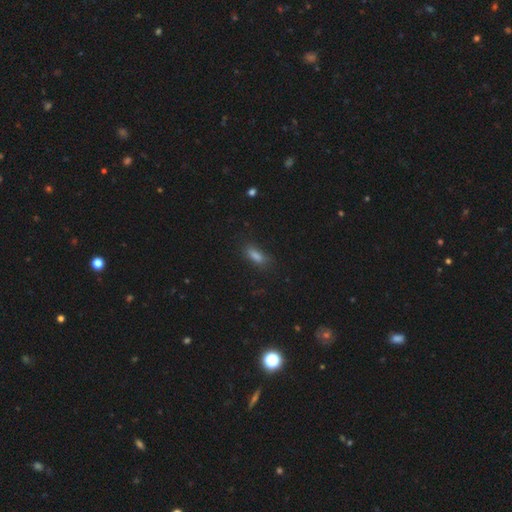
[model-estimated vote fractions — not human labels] A smooth galaxy with no disk features (73%) that is in between round and cigar-shaped (60%). Merging: none (76%).